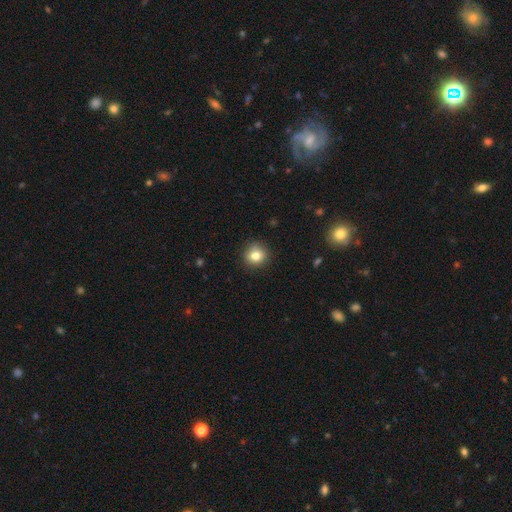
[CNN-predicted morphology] Q: Smooth or featured?
A: smooth (82%); runner-up: star or artifact (11%)
Q: How rounded?
A: round (87%); runner-up: in between (12%)
Q: Merging?
A: none (89%); runner-up: minor disturbance (8%)